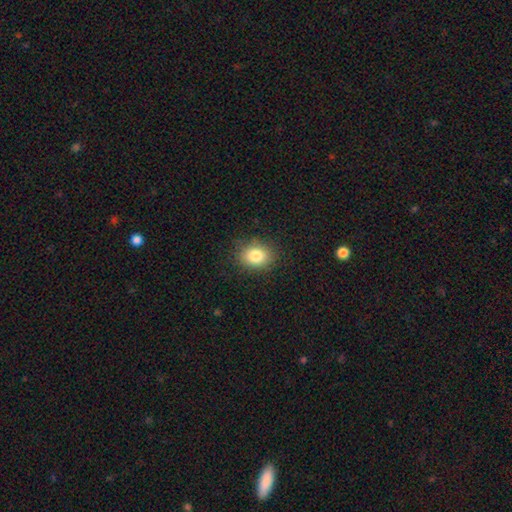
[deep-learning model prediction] smooth 83%, star or artifact 10%, featured or disk 7%. Down the decision tree: how rounded — in between (52%); merging — none (84%).